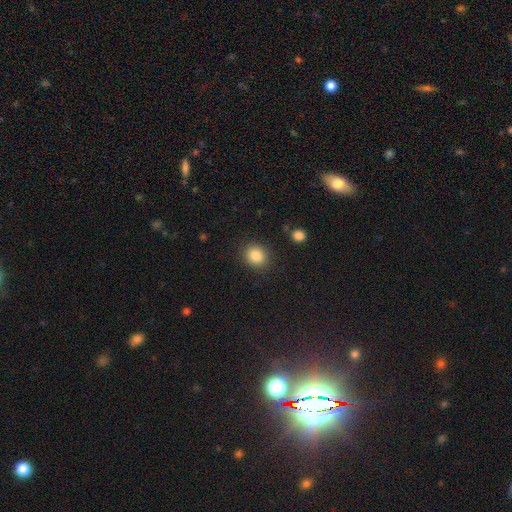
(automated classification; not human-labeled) A smooth galaxy with no disk features (85%) that is round (73%).

Vote fractions:
- Smooth or featured? smooth: 85% / star or artifact: 10% / featured or disk: 5%
- How rounded? round: 73% / in between: 26% / cigar-shaped: 1%
- Merging? none: 88% / minor disturbance: 8% / major disturbance: 3% / merger: 2%